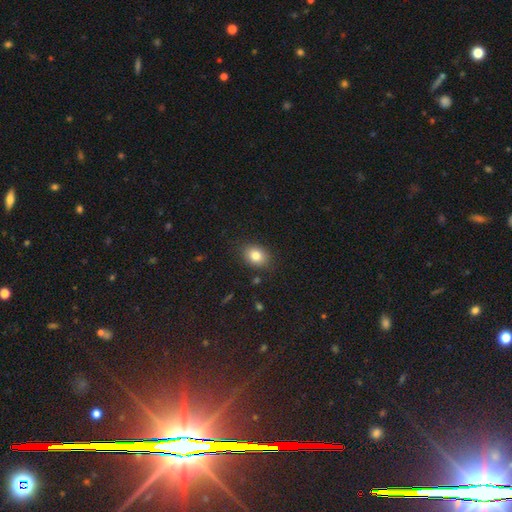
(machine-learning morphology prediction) Q: Smooth or featured?
A: smooth (81%); runner-up: star or artifact (10%)
Q: How rounded?
A: in between (61%); runner-up: round (38%)
Q: Merging?
A: none (85%); runner-up: minor disturbance (10%)